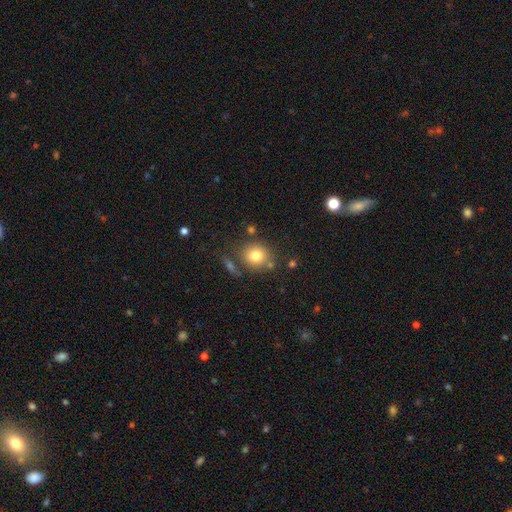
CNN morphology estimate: smooth 78%, star or artifact 11%, featured or disk 11%. Down the decision tree: how rounded — round (81%); merging — none (74%).